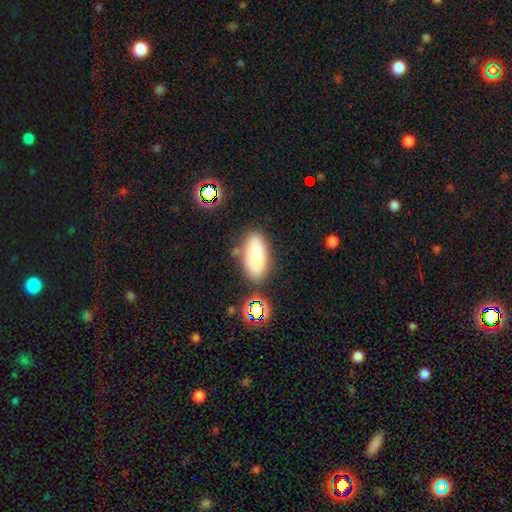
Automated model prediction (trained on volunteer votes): smooth_or_featured: smooth (p=0.81) [alt: star or artifact p=0.11]
how_rounded: in between (p=0.88) [alt: cigar-shaped p=0.08]
merging: none (p=0.75) [alt: minor disturbance p=0.14]